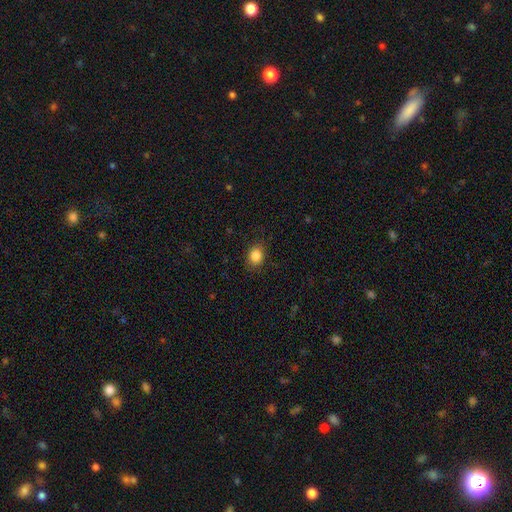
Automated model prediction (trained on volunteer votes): This appears to be a smooth galaxy with no disk features (85%) that is in between round and cigar-shaped (50%). Merging: none (84%).